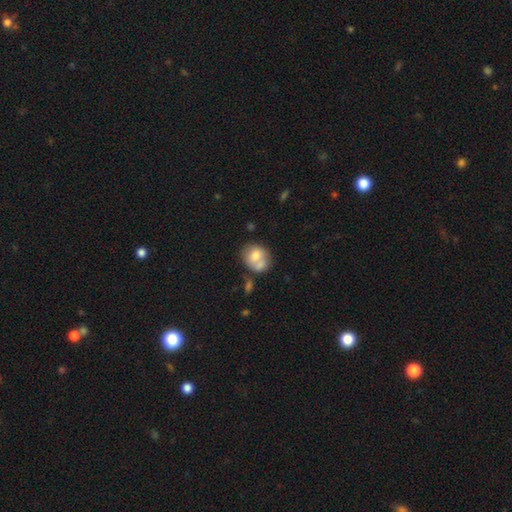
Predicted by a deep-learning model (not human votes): Overall: smooth (70%). How rounded: round (67%; in between 32%). Merging: merger (41%; none 39%).